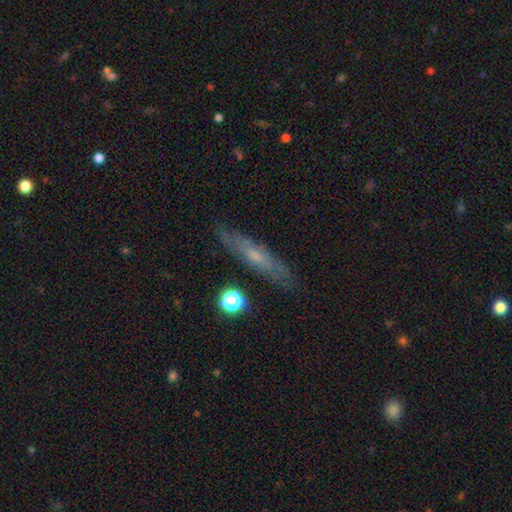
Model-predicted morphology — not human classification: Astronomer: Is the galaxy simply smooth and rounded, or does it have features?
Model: featured or disk — 49% (runner-up: smooth, 42%).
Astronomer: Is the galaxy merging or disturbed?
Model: none — 84%.